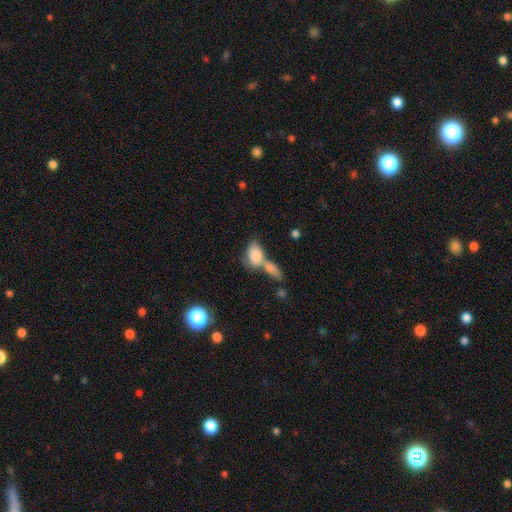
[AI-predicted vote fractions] Smooth or featured? smooth (82%)
How rounded? in between (88%)
Merging? merger (63%)